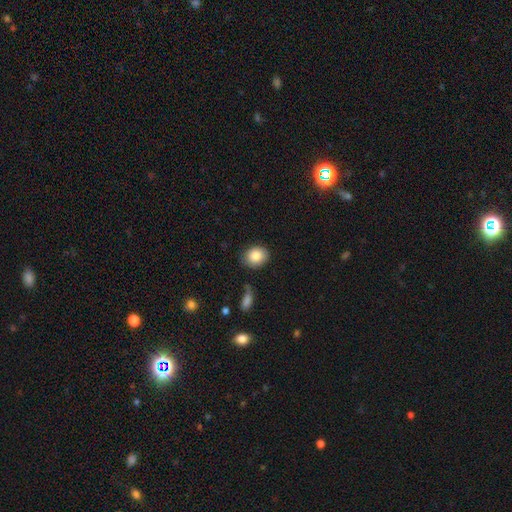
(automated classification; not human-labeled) A smooth galaxy with no disk features (86%) that is round (54%). Merging: none (81%).